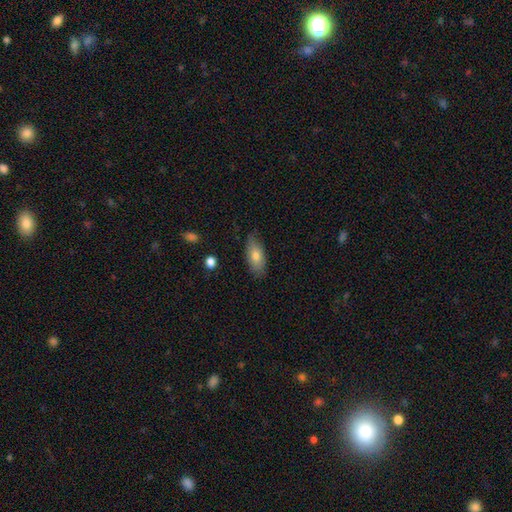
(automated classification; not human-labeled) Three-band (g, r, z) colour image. It shows a smooth galaxy with no disk features (74%) that is in between round and cigar-shaped (86%). Merging: none (73%).